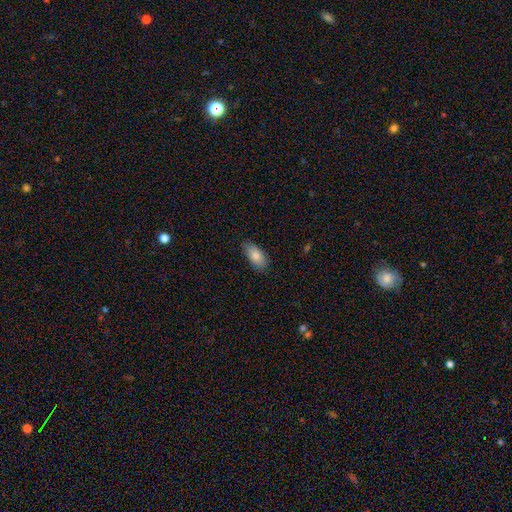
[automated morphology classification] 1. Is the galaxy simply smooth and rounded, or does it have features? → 84% smooth, 10% featured or disk, 7% star or artifact.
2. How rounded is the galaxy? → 89% in between, 8% cigar-shaped, 2% round.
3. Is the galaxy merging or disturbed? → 82% none, 15% minor disturbance, 2% major disturbance, 1% merger.